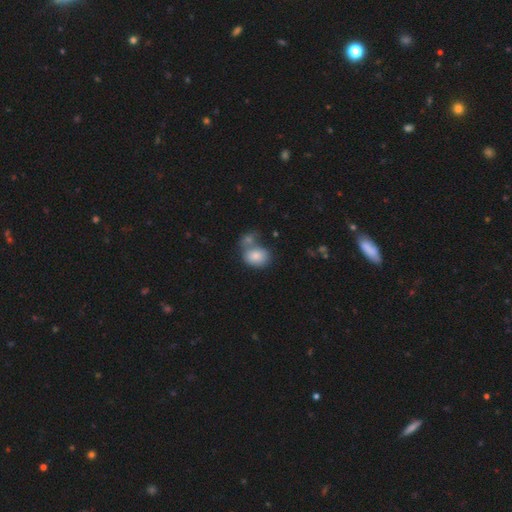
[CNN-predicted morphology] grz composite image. It shows a smooth galaxy with no disk features (82%) that is in between round and cigar-shaped (55%). Merging: merger (43%).